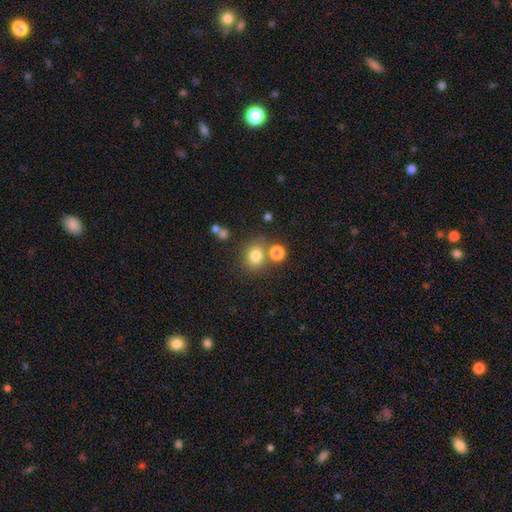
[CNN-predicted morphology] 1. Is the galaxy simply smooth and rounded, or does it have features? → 78% smooth, 14% star or artifact, 8% featured or disk.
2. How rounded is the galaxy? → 74% round, 25% in between, 1% cigar-shaped.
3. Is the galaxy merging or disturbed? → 69% none, 16% merger, 11% minor disturbance, 4% major disturbance.